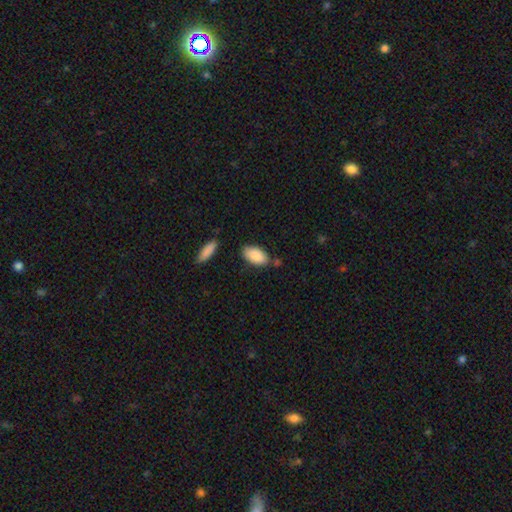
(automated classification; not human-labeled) smooth-or-featured: smooth: 88% | star or artifact: 6% | featured or disk: 6%
  how-rounded: in between: 94% | cigar-shaped: 4% | round: 2%
  merging: none: 73% | minor disturbance: 16% | merger: 8% | major disturbance: 3%